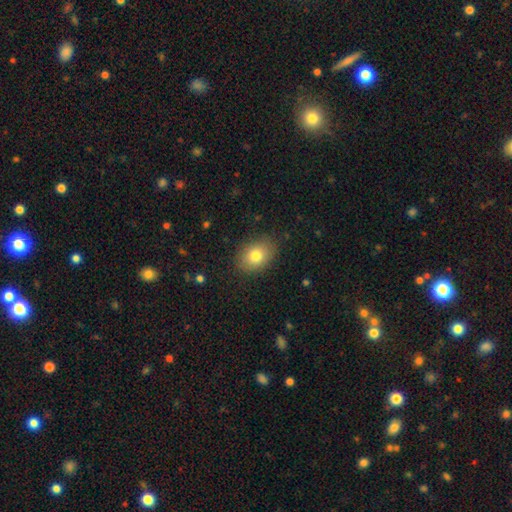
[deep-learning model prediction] Morphology: type=smooth (80%); roundness=in between (73%); merging=none (84%).